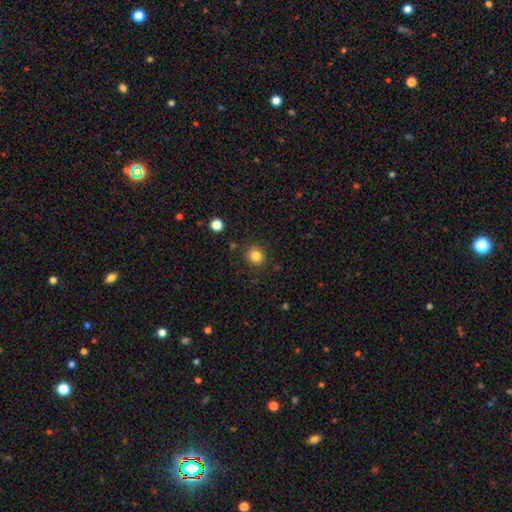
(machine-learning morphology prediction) A smooth galaxy with no disk features (83%) that is round (90%). Merging: none (88%).